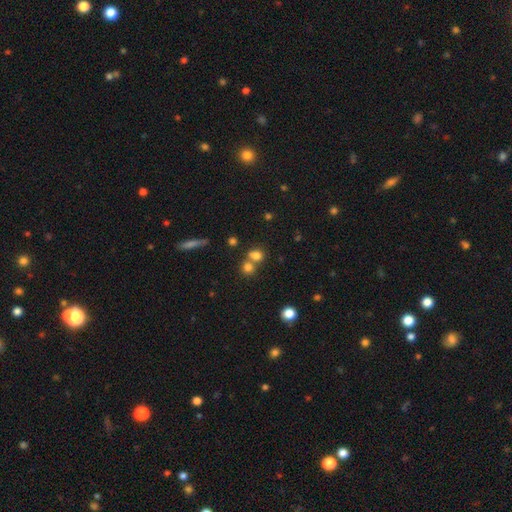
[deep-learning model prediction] Smooth or featured: smooth — 75% (star or artifact — 15%)
How rounded: round — 59% (in between — 39%)
Merging: merger — 44% (tied with none — 44%)